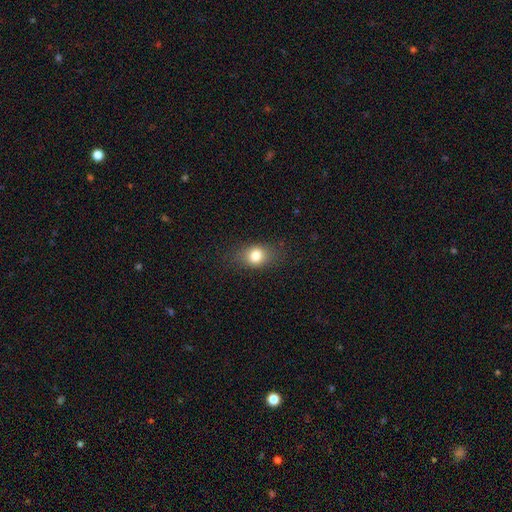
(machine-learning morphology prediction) This is likely a smooth galaxy (79%). How rounded: possibly in between (56%). Merging: likely none (79%).